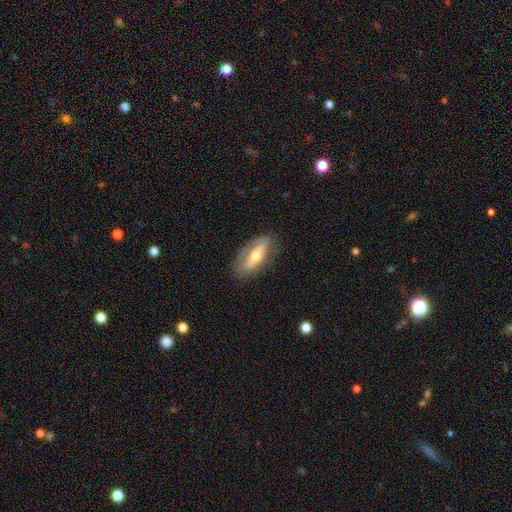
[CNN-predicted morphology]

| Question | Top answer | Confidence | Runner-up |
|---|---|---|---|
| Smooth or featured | featured or disk | 58% | smooth (35%) |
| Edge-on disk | no | 74% | yes (26%) |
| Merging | none | 76% | minor disturbance (16%) |